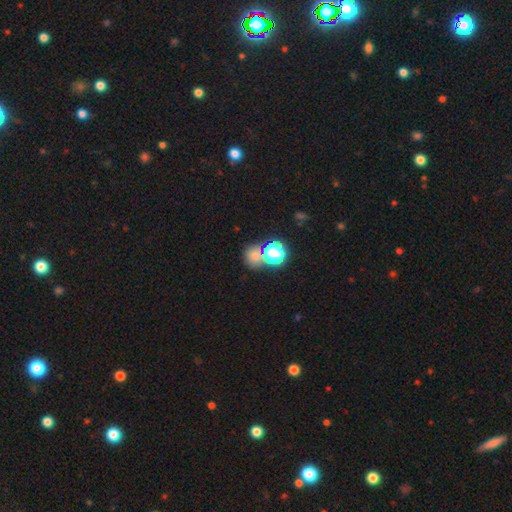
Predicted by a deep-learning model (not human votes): Smooth or featured? Predicted: smooth (p=0.62). How rounded? Predicted: round (p=0.79). Merging? Predicted: none (p=0.54).